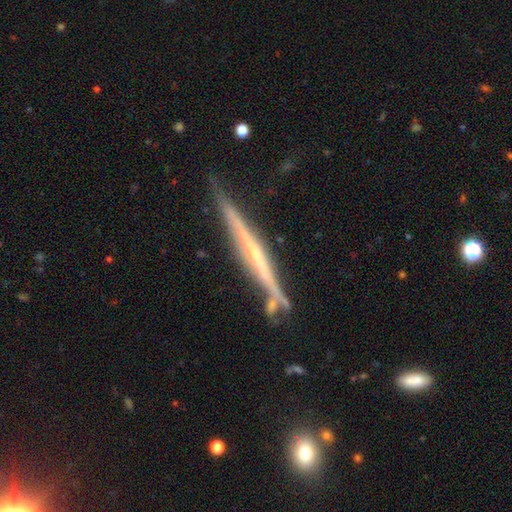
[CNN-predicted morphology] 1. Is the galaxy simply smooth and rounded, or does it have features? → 75% featured or disk, 19% smooth, 6% star or artifact.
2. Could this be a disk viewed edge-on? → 97% yes, 3% no.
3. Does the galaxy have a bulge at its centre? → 69% none, 22% rounded, 9% boxy.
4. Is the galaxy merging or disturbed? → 78% none, 15% minor disturbance, 5% merger, 3% major disturbance.